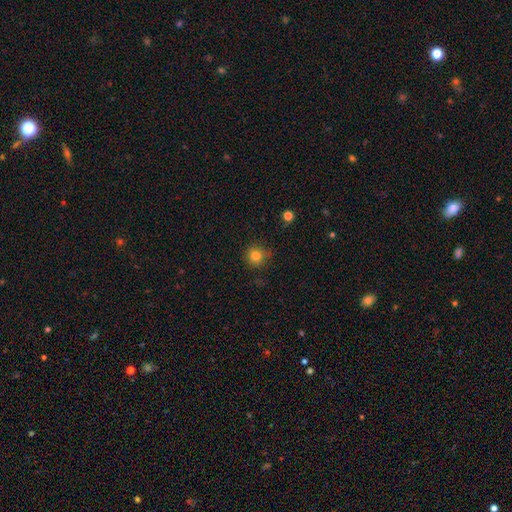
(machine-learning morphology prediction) Smooth or featured? smooth (81%)
How rounded? round (92%)
Merging? none (82%)